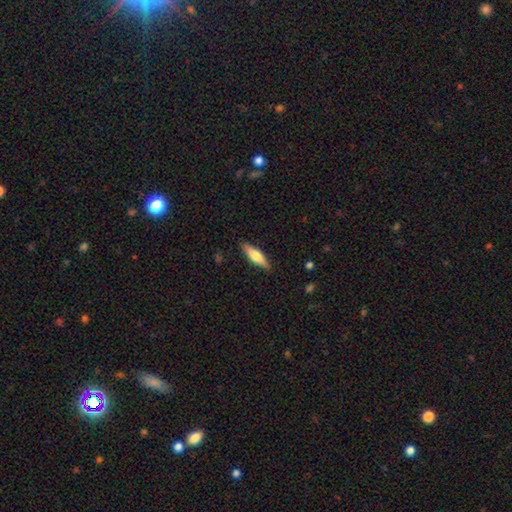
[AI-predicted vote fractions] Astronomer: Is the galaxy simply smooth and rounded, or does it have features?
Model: smooth — 61%.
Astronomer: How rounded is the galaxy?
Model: cigar-shaped — 59% (runner-up: in between, 39%).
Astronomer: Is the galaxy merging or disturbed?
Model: none — 88%.